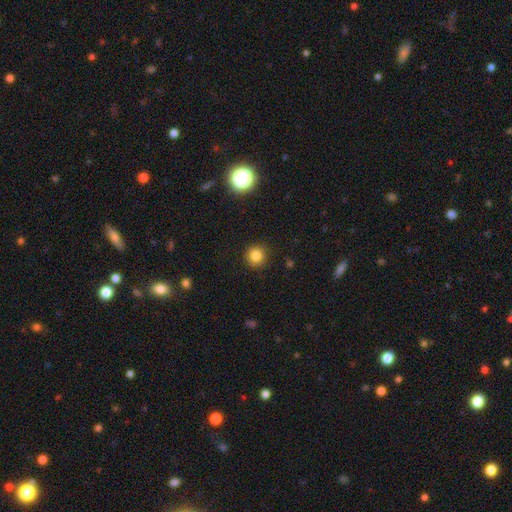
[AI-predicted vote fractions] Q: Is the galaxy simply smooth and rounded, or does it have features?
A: smooth — 82%.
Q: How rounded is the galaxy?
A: round — 93%.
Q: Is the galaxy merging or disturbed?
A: none — 91%.